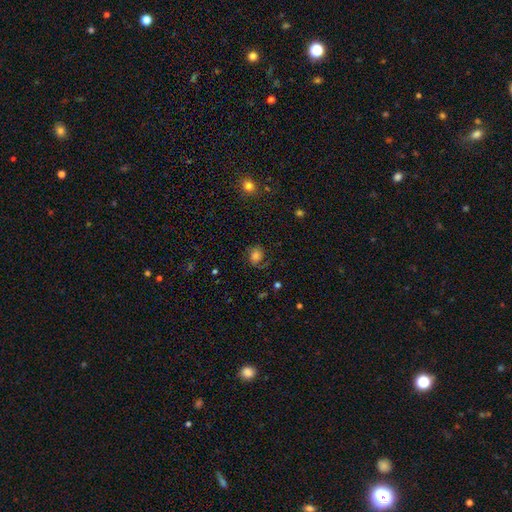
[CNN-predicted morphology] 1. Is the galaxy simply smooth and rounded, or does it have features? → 59% smooth, 27% featured or disk, 14% star or artifact.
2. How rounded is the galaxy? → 59% round, 40% in between, 1% cigar-shaped.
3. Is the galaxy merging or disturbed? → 61% none, 21% minor disturbance, 16% major disturbance, 2% merger.